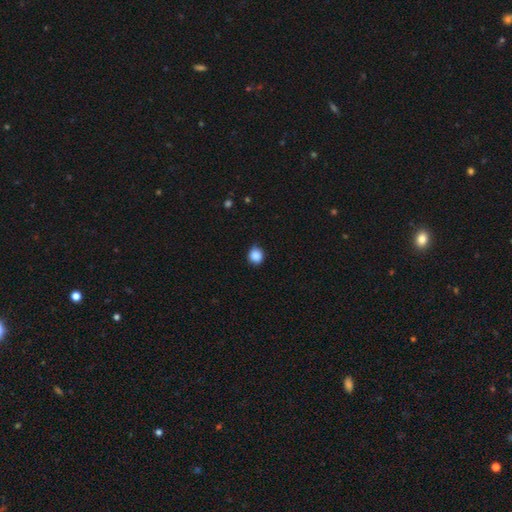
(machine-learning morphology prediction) Smooth or featured?
  - smooth: 87% *
  - star or artifact: 9%
  - featured or disk: 3%
How rounded?
  - round: 79% *
  - in between: 20%
  - cigar-shaped: 1%
Merging?
  - none: 82% *
  - minor disturbance: 14%
  - major disturbance: 2%
  - merger: 1%